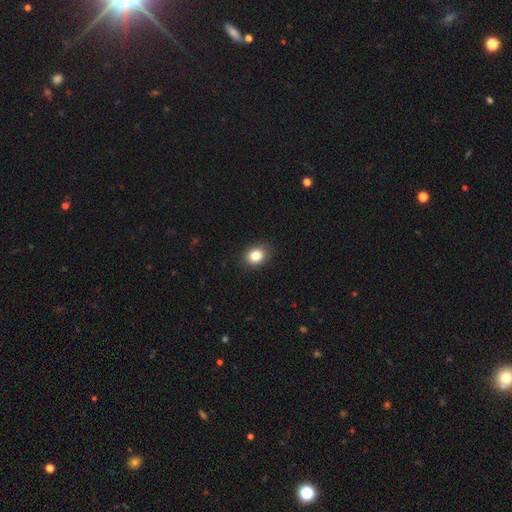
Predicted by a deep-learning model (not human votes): A smooth galaxy with no disk features (84%) that is in between round and cigar-shaped (55%).

Vote fractions:
- Smooth or featured? smooth: 84% / star or artifact: 9% / featured or disk: 6%
- How rounded? in between: 55% / round: 44% / cigar-shaped: 1%
- Merging? none: 88% / minor disturbance: 9% / major disturbance: 2% / merger: 1%